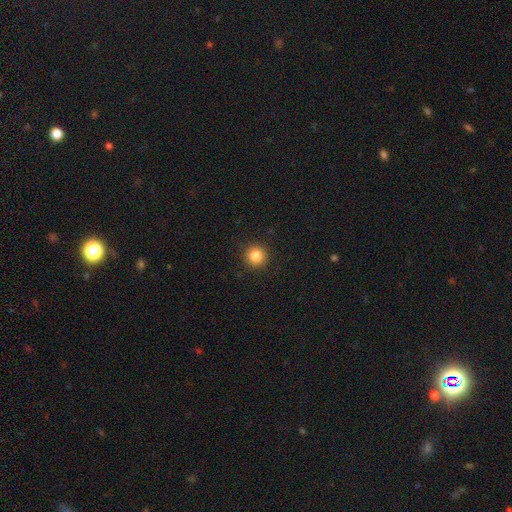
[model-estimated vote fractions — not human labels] Smooth or featured: smooth — 84% (star or artifact — 11%)
How rounded: round — 95% (in between — 4%)
Merging: none — 91% (minor disturbance — 6%)